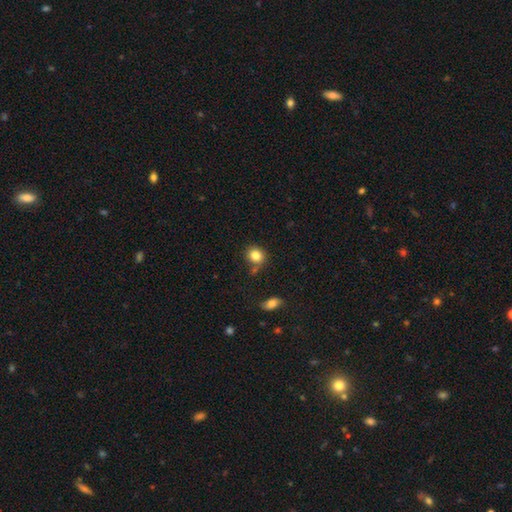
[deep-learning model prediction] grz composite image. It shows a smooth galaxy with no disk features (83%) that is round (71%). Merging: none (72%).